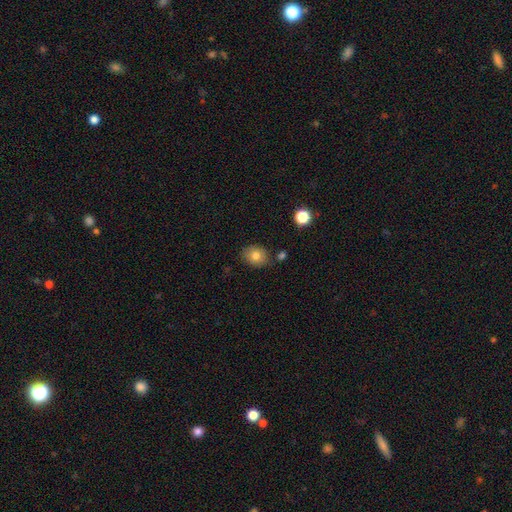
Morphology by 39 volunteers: type=smooth (82%); roundness=round (56%); merging=none (97%).